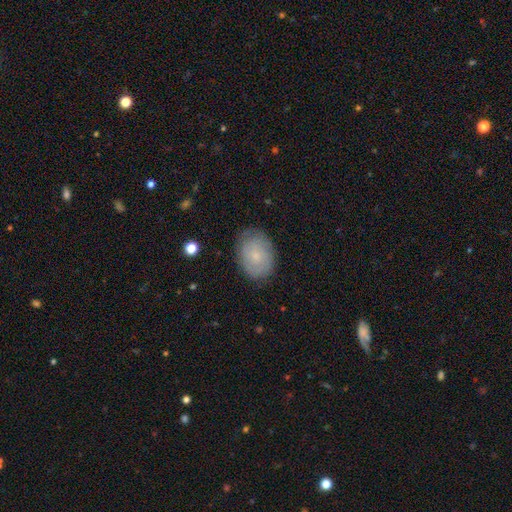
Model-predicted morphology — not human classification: Smooth or featured?
  - smooth: 63% *
  - featured or disk: 29%
  - star or artifact: 8%
How rounded?
  - in between: 76% *
  - round: 23%
  - cigar-shaped: 1%
Merging?
  - none: 79% *
  - minor disturbance: 16%
  - major disturbance: 4%
  - merger: 1%